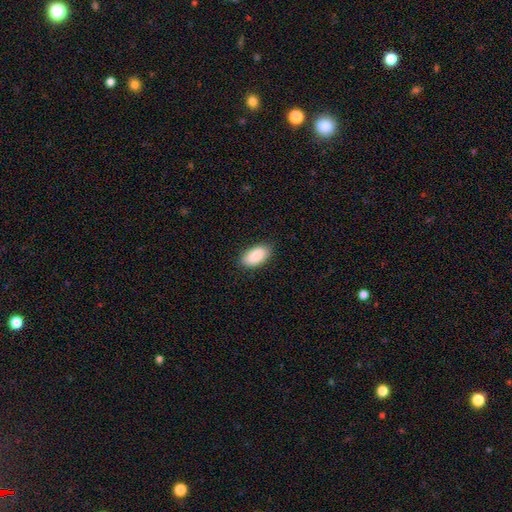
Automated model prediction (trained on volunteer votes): A smooth galaxy with no disk features (90%) that is in between round and cigar-shaped (94%).

Vote fractions:
- Smooth or featured? smooth: 90% / star or artifact: 6% / featured or disk: 4%
- How rounded? in between: 94% / cigar-shaped: 4% / round: 2%
- Merging? none: 85% / minor disturbance: 12% / major disturbance: 2% / merger: 1%